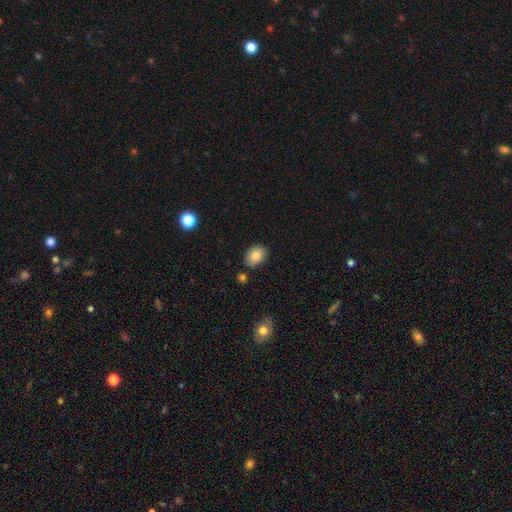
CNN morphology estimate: smooth-or-featured: smooth: 86% | star or artifact: 8% | featured or disk: 7%
  how-rounded: in between: 75% | round: 24% | cigar-shaped: 1%
  merging: none: 82% | minor disturbance: 11% | merger: 4% | major disturbance: 2%